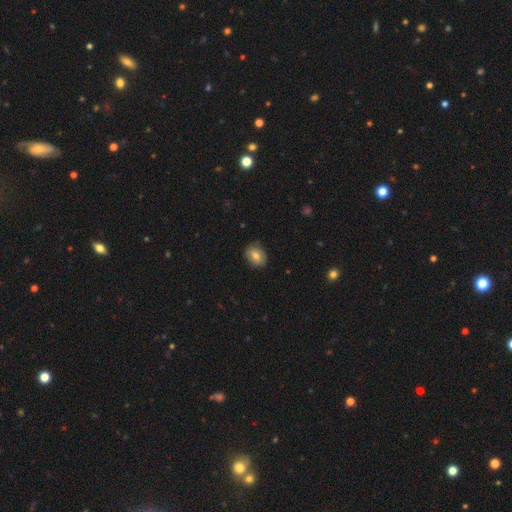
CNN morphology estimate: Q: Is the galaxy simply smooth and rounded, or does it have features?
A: smooth — 72%.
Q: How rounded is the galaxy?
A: in between — 58%.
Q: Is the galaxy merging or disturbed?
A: none — 80%.